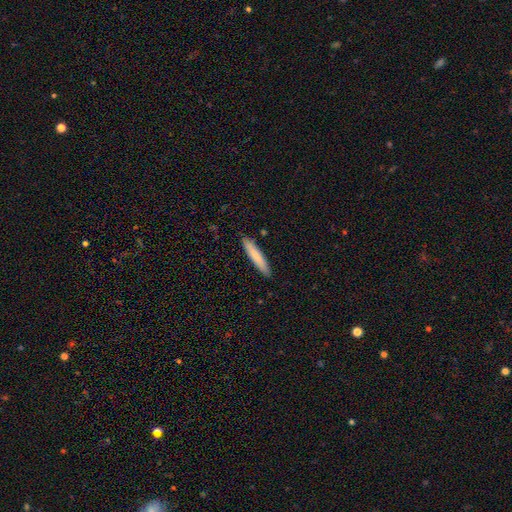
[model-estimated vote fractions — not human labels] Smooth or featured? Predicted: smooth (p=0.76). How rounded? Predicted: cigar-shaped (p=0.91). Merging? Predicted: none (p=0.89).